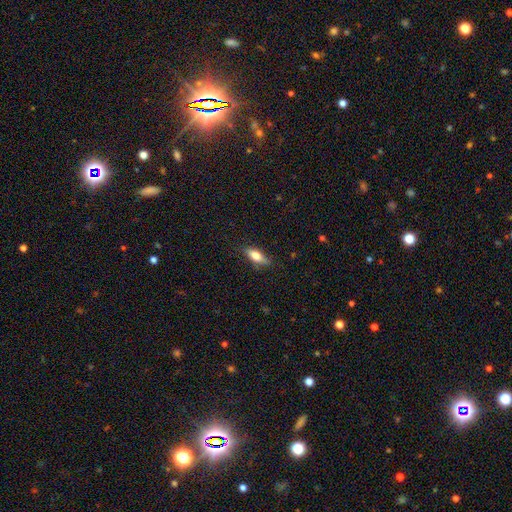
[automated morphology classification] A smooth galaxy with no disk features (70%) that is in between round and cigar-shaped (66%).

Vote fractions:
- Smooth or featured? smooth: 70% / featured or disk: 23% / star or artifact: 7%
- How rounded? in between: 66% / cigar-shaped: 31% / round: 3%
- Merging? none: 78% / minor disturbance: 17% / major disturbance: 4% / merger: 1%